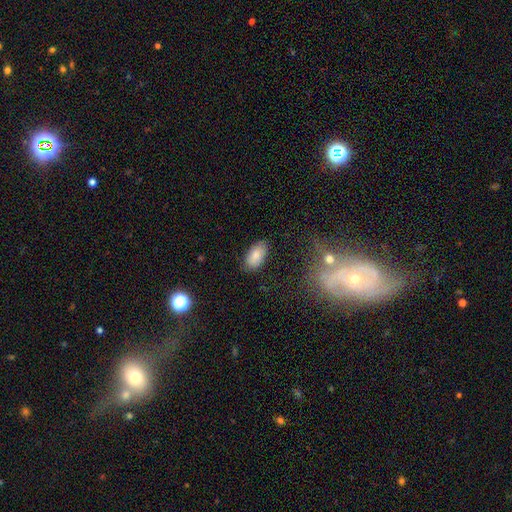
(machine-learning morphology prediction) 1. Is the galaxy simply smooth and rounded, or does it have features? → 83% smooth, 10% featured or disk, 8% star or artifact.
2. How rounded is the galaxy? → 94% in between, 4% round, 2% cigar-shaped.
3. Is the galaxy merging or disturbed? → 82% none, 14% minor disturbance, 3% major disturbance, 1% merger.